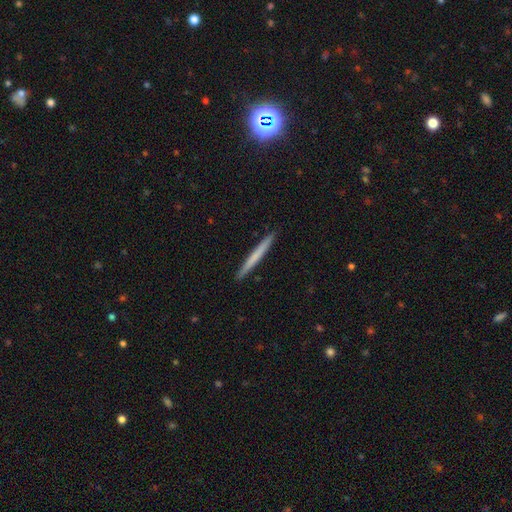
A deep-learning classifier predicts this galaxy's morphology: Smooth or featured: smooth — 62% (featured or disk — 33%)
How rounded: cigar-shaped — 97% (in between — 2%)
Merging: none — 93% (minor disturbance — 5%)